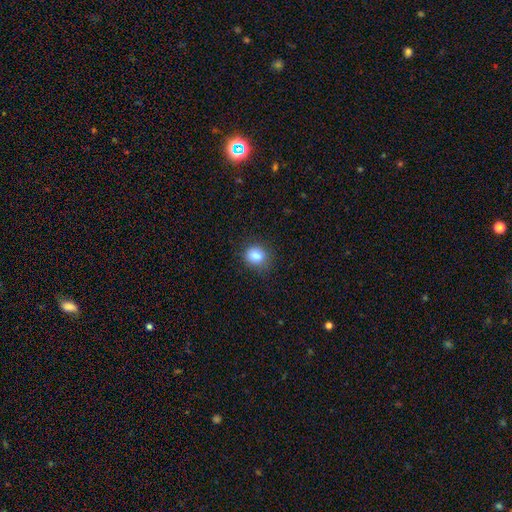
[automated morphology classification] Smooth or featured? smooth (85%)
How rounded? round (72%)
Merging? none (80%)